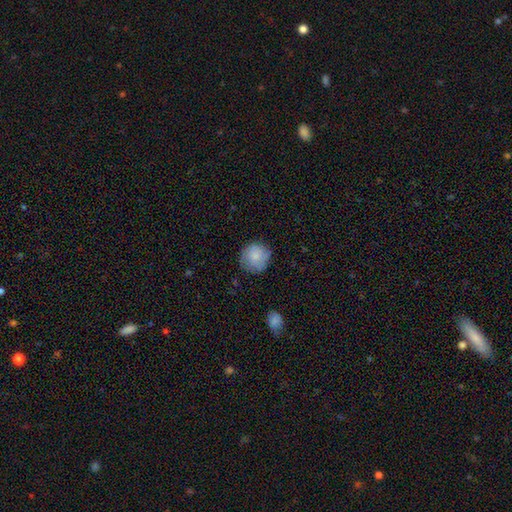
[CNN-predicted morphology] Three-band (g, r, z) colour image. It shows a smooth galaxy with no disk features (79%) that is round (91%). Merging: none (76%).